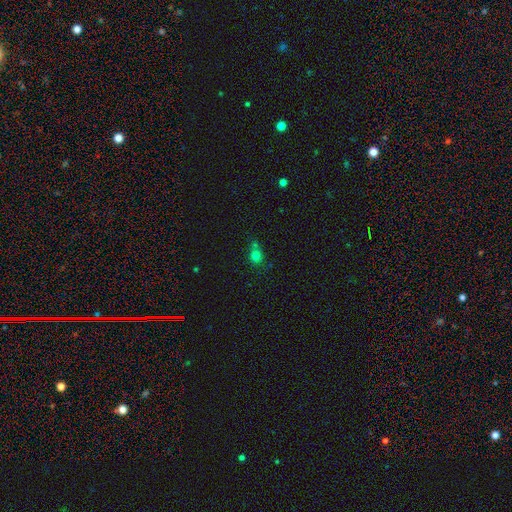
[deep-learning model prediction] Smooth or featured: smooth — 74% (star or artifact — 17%)
How rounded: round — 78% (in between — 21%)
Merging: none — 50% (merger — 30%)